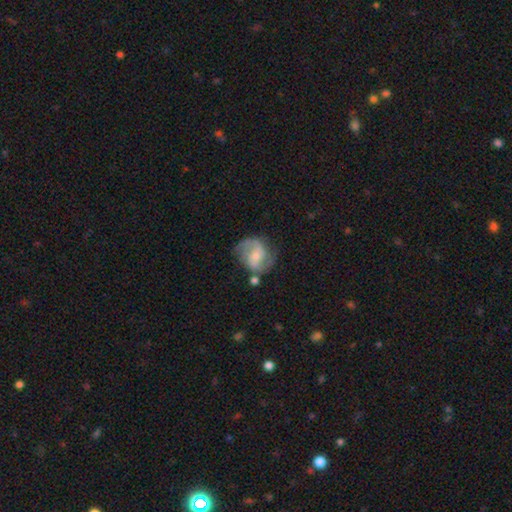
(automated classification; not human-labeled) smooth-or-featured: featured or disk: 73% | smooth: 20% | star or artifact: 7%
  disk-edge-on: no: 98% | yes: 2%
    bar: weak: 44% | no: 41% | strong: 15%
    has-spiral-arms: yes: 92% | no: 8%
      spiral-winding: medium: 46% | loose: 39% | tight: 15%
      spiral-arm-count: 2: 86% | can't tell: 6% | 1: 4% | 3: 2% | 4: 1% | more than 4: 1%
    bulge-size: small: 53% | moderate: 38% | none: 5% | large: 3% | dominant: 1%
  merging: none: 62% | minor disturbance: 21% | major disturbance: 10% | merger: 7%